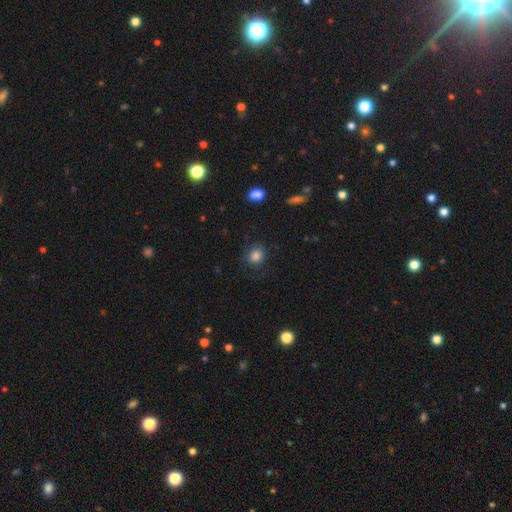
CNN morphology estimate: smooth_or_featured: smooth (p=0.85) [alt: star or artifact p=0.10]
how_rounded: round (p=0.79) [alt: in between p=0.20]
merging: none (p=0.82) [alt: minor disturbance p=0.13]